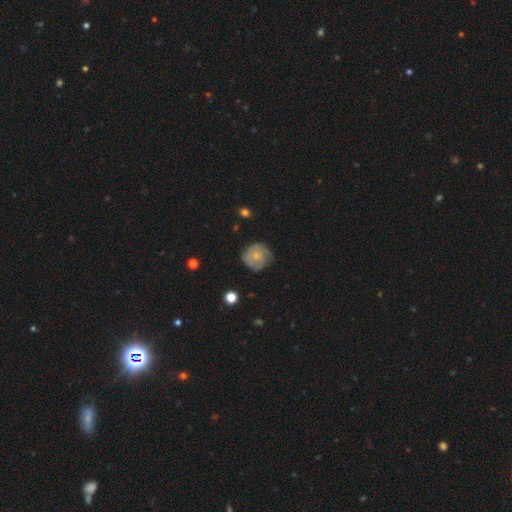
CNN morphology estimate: Smooth or featured: smooth — 51% (featured or disk — 41%)
How rounded: round — 88% (in between — 11%)
Merging: none — 66% (minor disturbance — 25%)